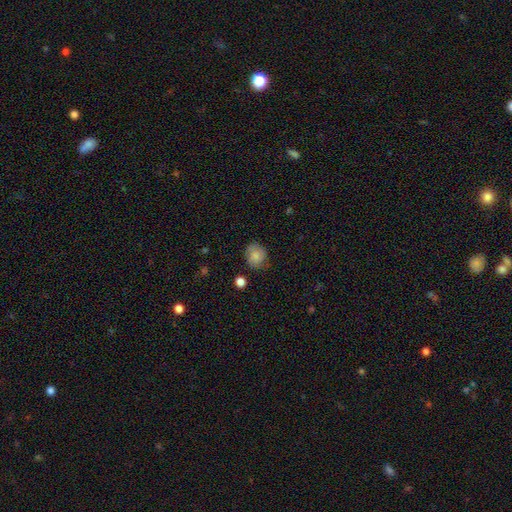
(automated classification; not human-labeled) smooth-or-featured: smooth: 82% | featured or disk: 10% | star or artifact: 8%
  how-rounded: round: 72% | in between: 27% | cigar-shaped: 1%
  merging: none: 71% | minor disturbance: 22% | major disturbance: 5% | merger: 2%